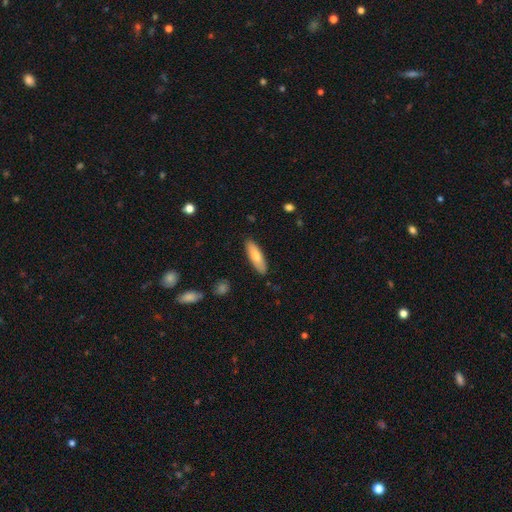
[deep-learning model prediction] smooth 74%, featured or disk 21%, star or artifact 6%. Down the decision tree: how rounded — cigar-shaped (50%); merging — none (86%).